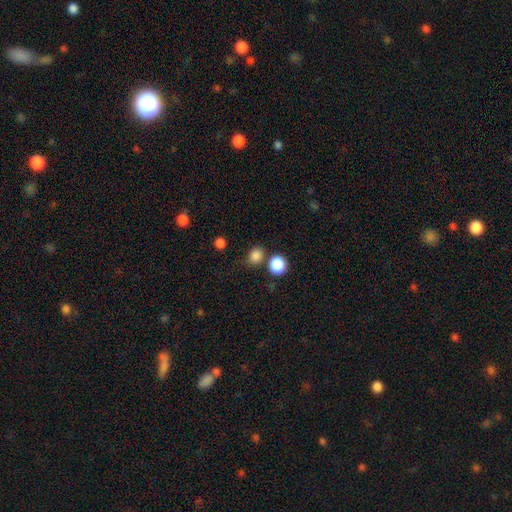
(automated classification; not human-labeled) This is clearly a smooth galaxy (84%). How rounded: likely round (71%). Merging: likely none (69%).